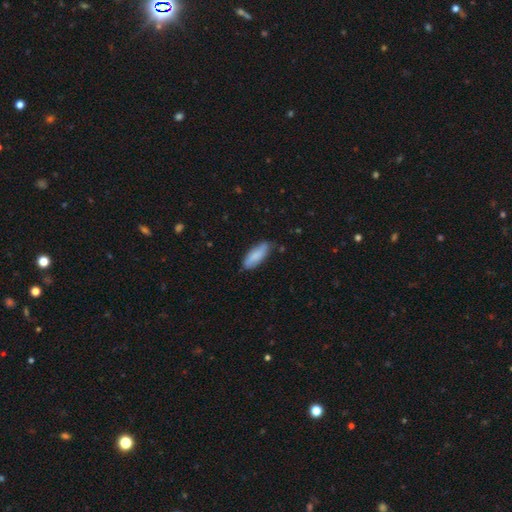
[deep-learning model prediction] Smooth or featured? smooth (81%)
How rounded? in between (68%)
Merging? none (73%)